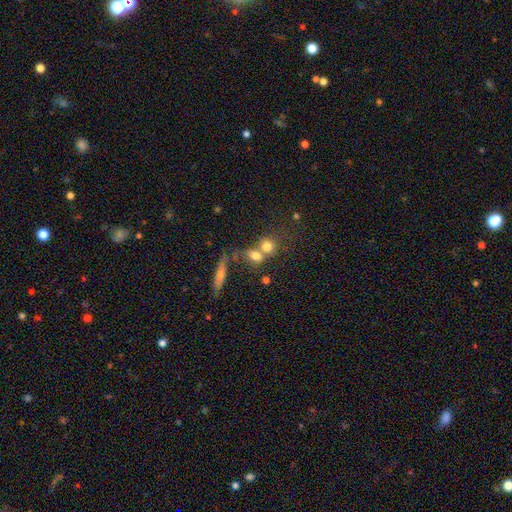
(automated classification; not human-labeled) A smooth galaxy with no disk features (73%) that is round (55%).

Vote fractions:
- Smooth or featured? smooth: 73% / featured or disk: 16% / star or artifact: 12%
- How rounded? round: 55% / in between: 39% / cigar-shaped: 6%
- Merging? merger: 54% / none: 33% / minor disturbance: 8% / major disturbance: 5%